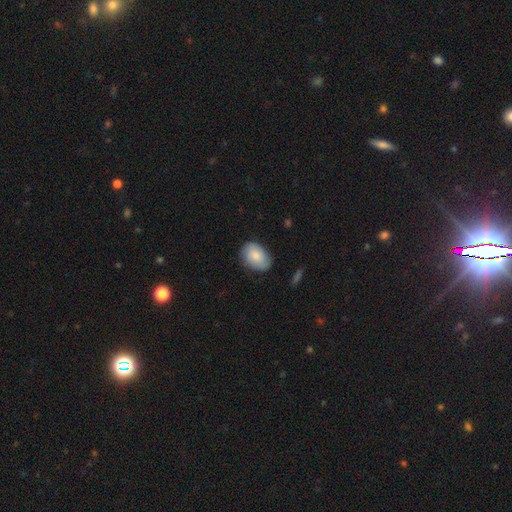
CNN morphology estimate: Smooth or featured? smooth (70%)
How rounded? in between (80%)
Merging? none (76%)